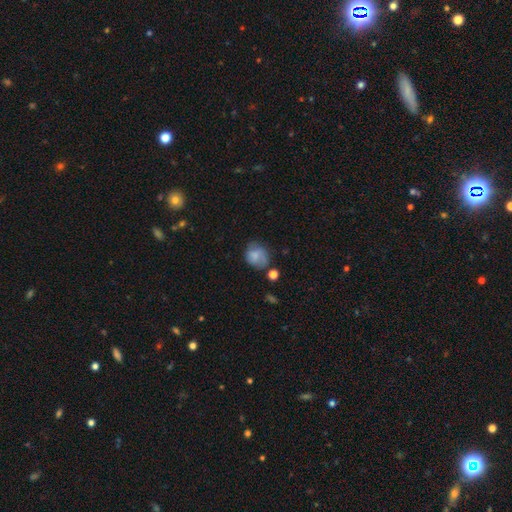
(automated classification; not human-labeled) Overall: smooth (70%). How rounded: round (63%; in between 36%). Merging: none (53%; minor disturbance 29%).